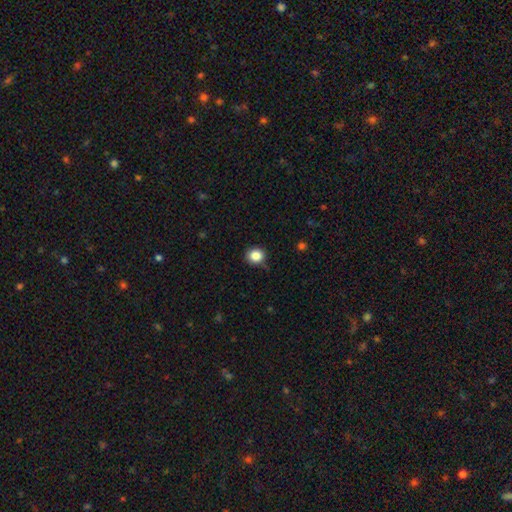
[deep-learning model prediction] Morphology: type=smooth (86%); roundness=round (82%); merging=none (86%).